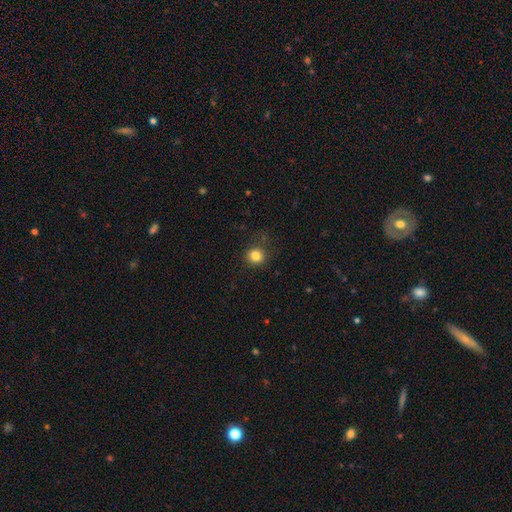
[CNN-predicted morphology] smooth 83%, star or artifact 12%, featured or disk 5%. Down the decision tree: how rounded — round (91%); merging — none (88%).